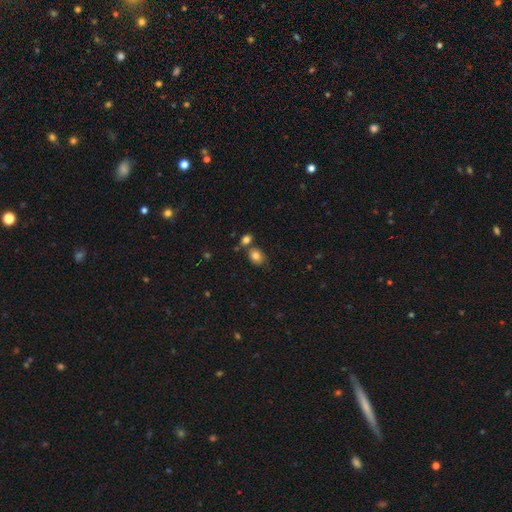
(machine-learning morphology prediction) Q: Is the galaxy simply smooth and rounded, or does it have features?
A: smooth — 82%.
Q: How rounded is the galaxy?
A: in between — 54%.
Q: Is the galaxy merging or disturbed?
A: none — 57%.